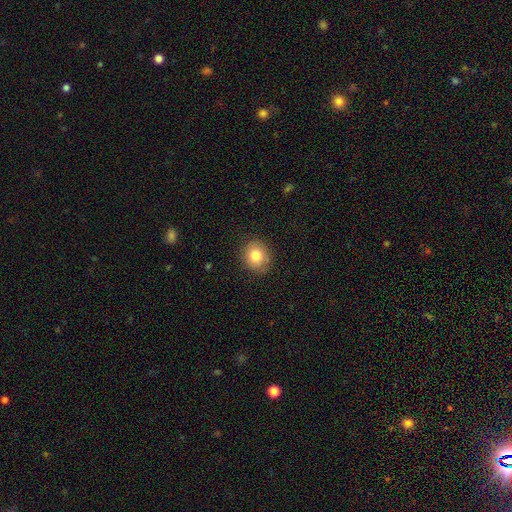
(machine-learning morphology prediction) Smooth or featured? smooth (81%)
How rounded? round (79%)
Merging? none (86%)